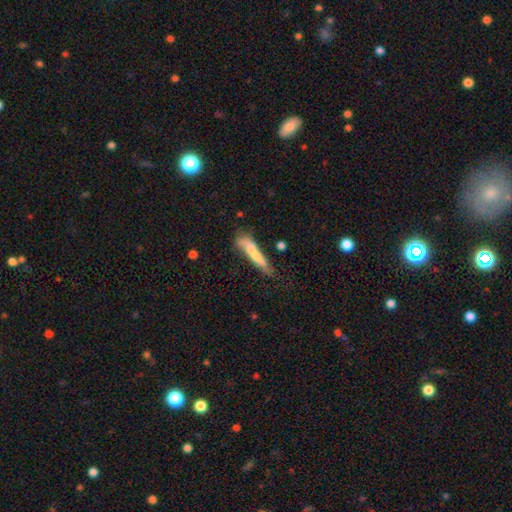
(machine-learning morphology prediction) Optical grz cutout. It shows a smooth galaxy with no disk features (64%) that is cigar-shaped (89%). Merging: none (48%).